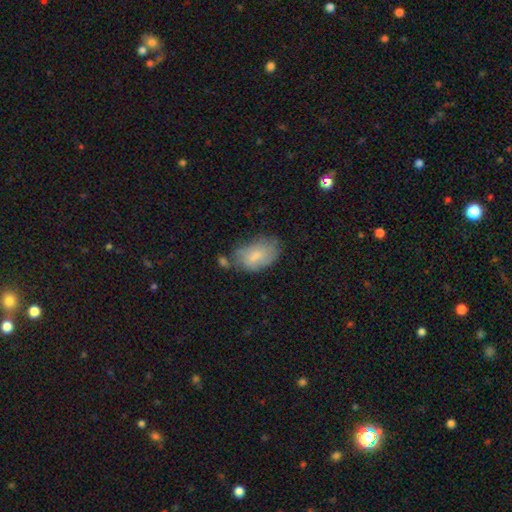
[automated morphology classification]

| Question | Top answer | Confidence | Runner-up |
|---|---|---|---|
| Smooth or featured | smooth | 76% | featured or disk (16%) |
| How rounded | in between | 92% | round (7%) |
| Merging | none | 48% | minor disturbance (31%) |